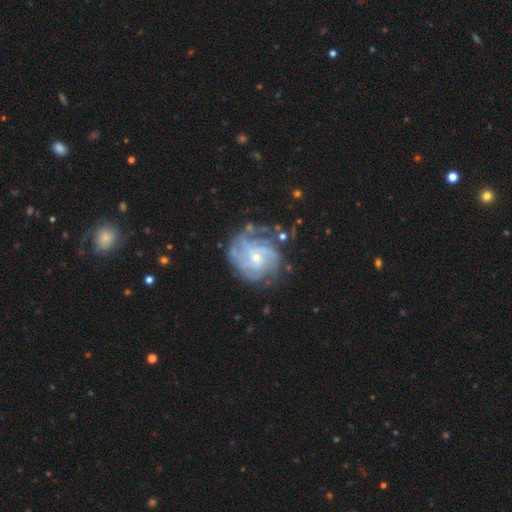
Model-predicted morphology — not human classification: The model was most divided on "spiral arm count": can't tell: 30%, 4: 23%, 3: 18%, more than 4: 12%, 2: 11%, 1: 6%. More confident: edge-on disk — no (98%); spiral arms — yes (95%); smooth or featured — featured or disk (86%); bulge size — small (70%); bar — no (69%); merging — none (64%); spiral winding — tight (61%).